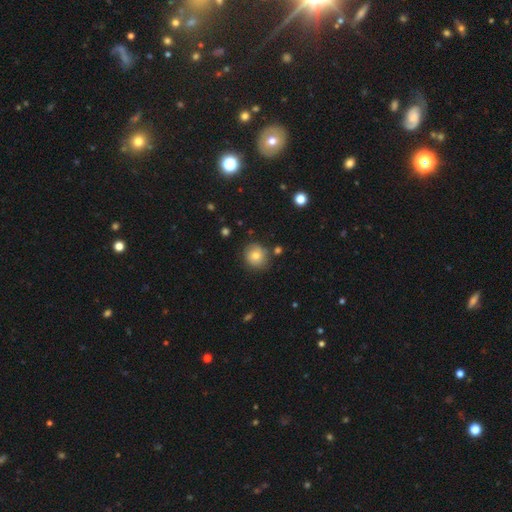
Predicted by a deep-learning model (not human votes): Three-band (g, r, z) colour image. It shows a smooth galaxy with no disk features (77%) that is round (89%). Merging: none (81%).